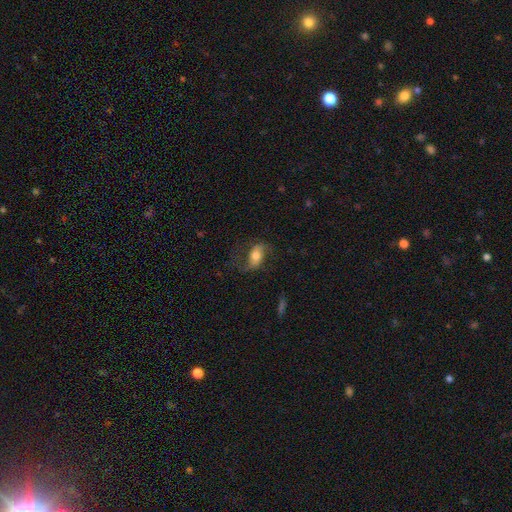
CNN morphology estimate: featured or disk 48%, smooth 44%, star or artifact 8%. Down the decision tree: merging — none (59%).